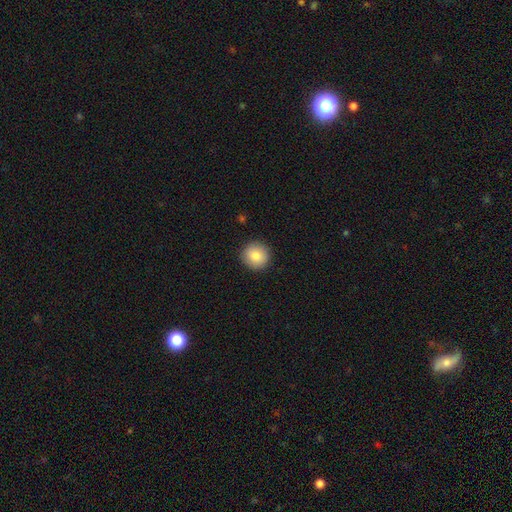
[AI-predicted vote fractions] smooth-or-featured: smooth: 84% | featured or disk: 8% | star or artifact: 8%
  how-rounded: round: 94% | in between: 5% | cigar-shaped: 1%
  merging: none: 91% | minor disturbance: 6% | major disturbance: 2% | merger: 1%